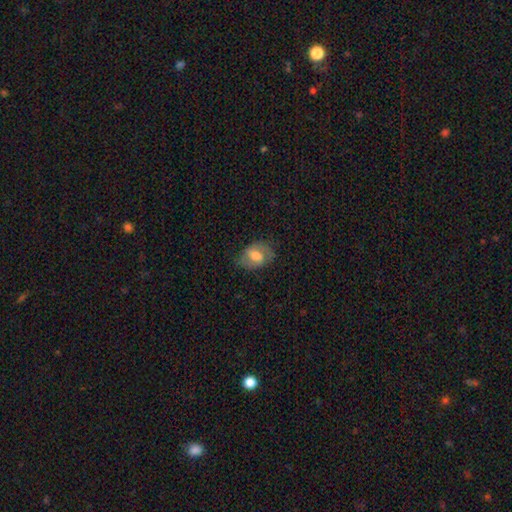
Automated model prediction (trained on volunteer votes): This appears to be a smooth galaxy with no disk features (55%) that is in between round and cigar-shaped (77%). Merging: none (66%).